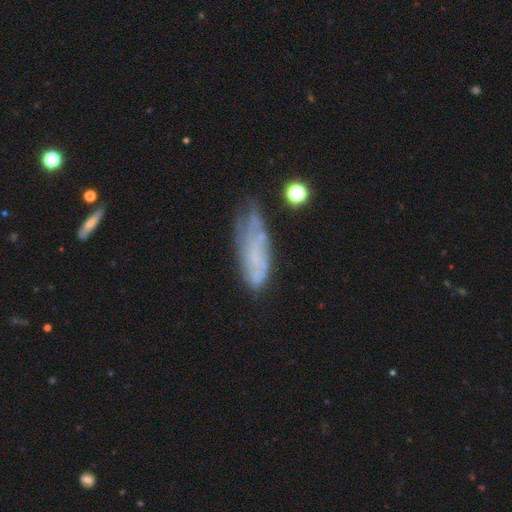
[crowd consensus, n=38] Q: Smooth or featured?
A: featured or disk (58%); runner-up: smooth (37%)
Q: Edge-on disk?
A: no (82%); runner-up: yes (18%)
Q: Bar?
A: no (89%); runner-up: weak (11%)
Q: Spiral arms?
A: yes (50%); tied with: no (50%)
Q: Spiral winding?
A: tight (33%); tied with: medium (33%); loose (33%)
Q: Spiral arm count?
A: 2 (44%); runner-up: can't tell (33%)
Q: Bulge size?
A: none (78%); runner-up: small (17%)
Q: Merging?
A: minor disturbance (50%); runner-up: none (28%)